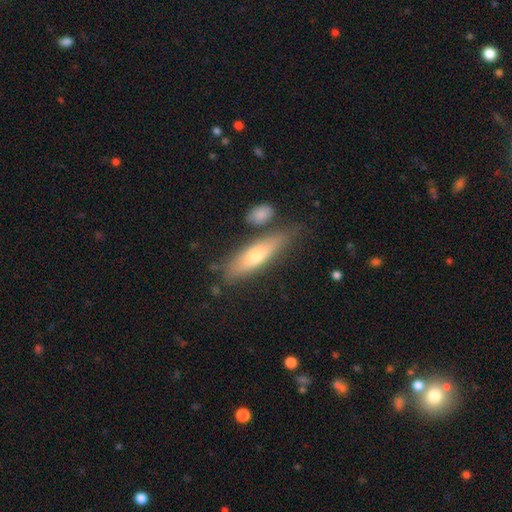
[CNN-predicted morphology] type=smooth (53%); roundness=cigar-shaped (69%); merging=none (72%).